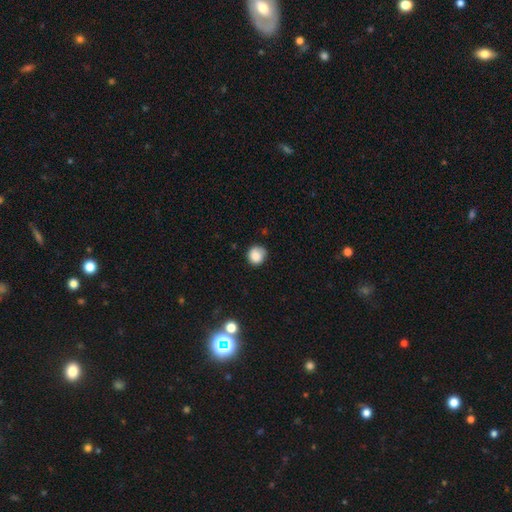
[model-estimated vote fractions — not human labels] This is clearly a smooth galaxy (85%). How rounded: clearly round (86%). Merging: likely none (73%).